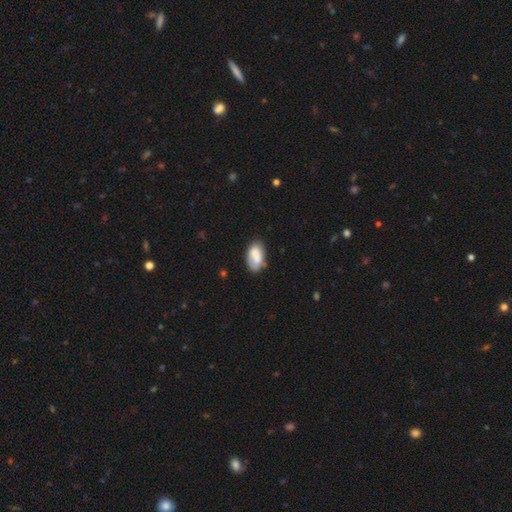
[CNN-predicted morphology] type=smooth (76%); roundness=in between (93%); merging=none (64%).